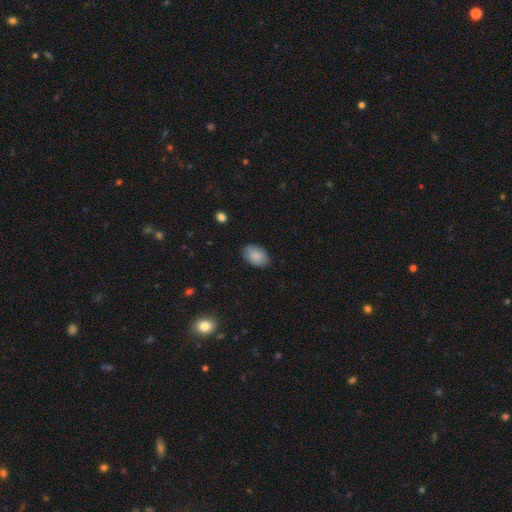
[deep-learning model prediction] A smooth galaxy with no disk features (87%) that is in between round and cigar-shaped (88%).

Vote fractions:
- Smooth or featured? smooth: 87% / star or artifact: 7% / featured or disk: 6%
- How rounded? in between: 88% / round: 11% / cigar-shaped: 1%
- Merging? none: 84% / minor disturbance: 13% / major disturbance: 3% / merger: 1%